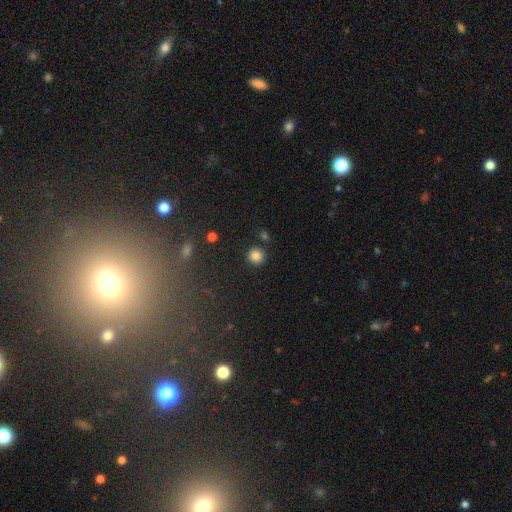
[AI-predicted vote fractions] smooth-or-featured: smooth: 84% | star or artifact: 11% | featured or disk: 4%
  how-rounded: round: 93% | in between: 6% | cigar-shaped: 1%
  merging: none: 87% | minor disturbance: 7% | merger: 4% | major disturbance: 2%